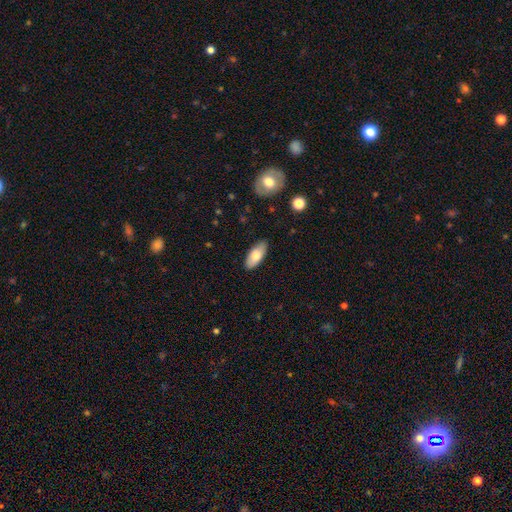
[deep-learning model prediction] Smooth or featured? Predicted: smooth (p=0.78). How rounded? Predicted: in between (p=0.87). Merging? Predicted: none (p=0.86).